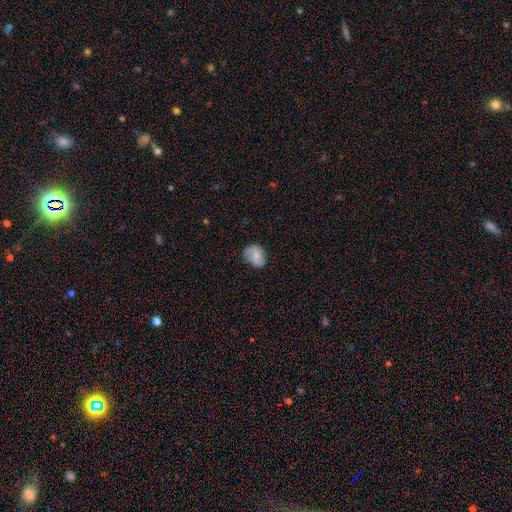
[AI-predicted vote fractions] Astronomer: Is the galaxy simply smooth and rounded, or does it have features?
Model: smooth — 57% (runner-up: featured or disk, 36%).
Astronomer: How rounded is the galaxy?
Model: in between — 50% (runner-up: round, 49%).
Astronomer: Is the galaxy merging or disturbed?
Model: none — 70%.